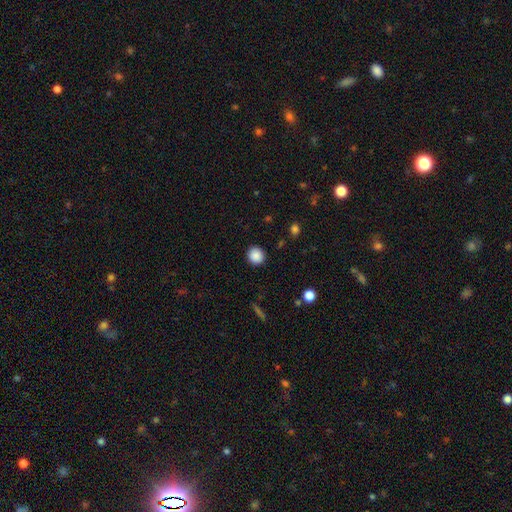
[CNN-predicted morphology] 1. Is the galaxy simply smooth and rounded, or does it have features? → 88% smooth, 9% star or artifact, 3% featured or disk.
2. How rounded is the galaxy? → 89% round, 10% in between, 1% cigar-shaped.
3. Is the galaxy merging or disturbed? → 91% none, 6% minor disturbance, 2% major disturbance, 1% merger.